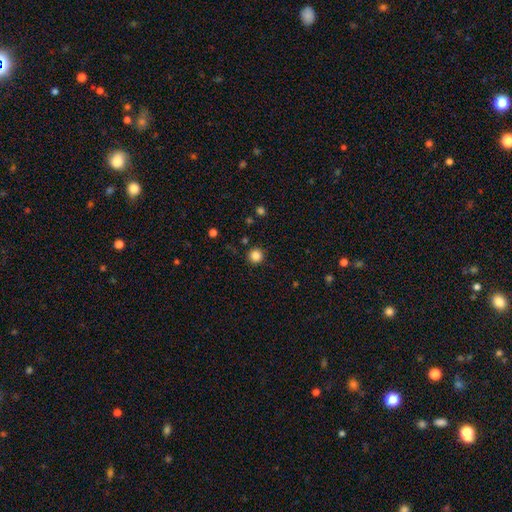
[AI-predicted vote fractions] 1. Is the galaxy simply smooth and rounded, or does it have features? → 85% smooth, 11% star or artifact, 4% featured or disk.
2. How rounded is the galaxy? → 96% round, 3% in between, 1% cigar-shaped.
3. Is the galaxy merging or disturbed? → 92% none, 5% minor disturbance, 2% major disturbance, 1% merger.